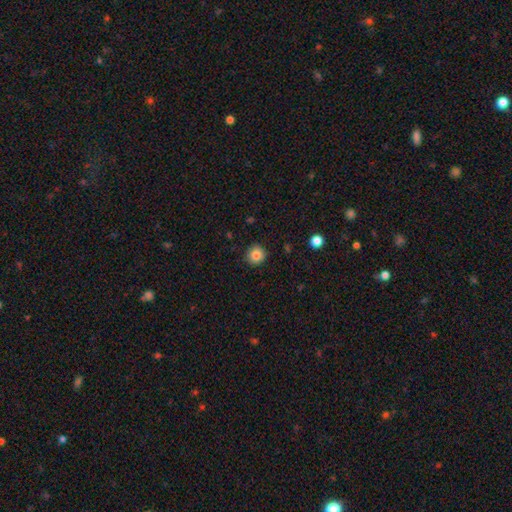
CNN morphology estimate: Smooth or featured? smooth (83%)
How rounded? round (93%)
Merging? none (91%)